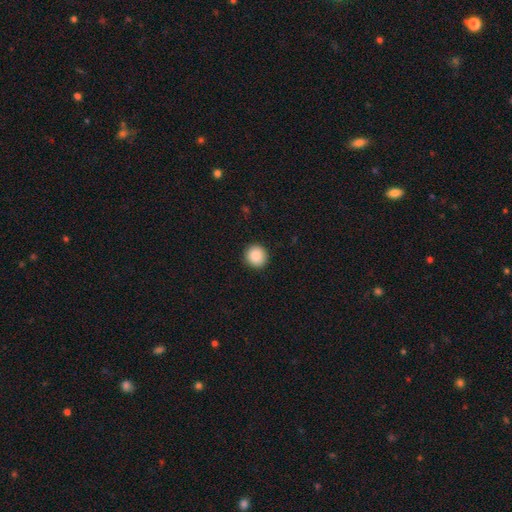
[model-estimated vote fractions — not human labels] Q: Smooth or featured?
A: smooth (89%); runner-up: star or artifact (8%)
Q: How rounded?
A: round (94%); runner-up: in between (5%)
Q: Merging?
A: none (92%); runner-up: minor disturbance (5%)